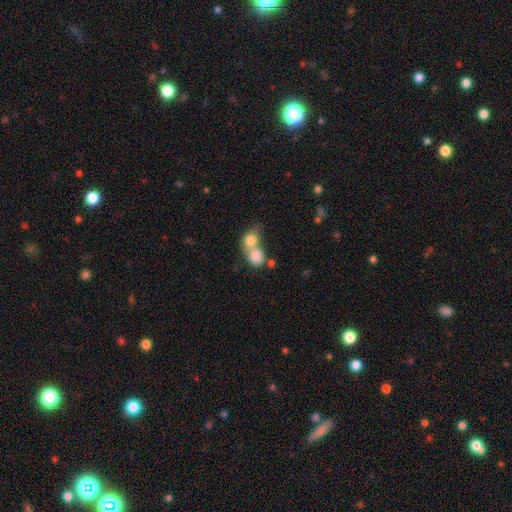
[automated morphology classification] smooth_or_featured: smooth (p=0.80) [alt: featured or disk p=0.11]
how_rounded: round (p=0.62) [alt: in between p=0.36]
merging: merger (p=0.70) [alt: none p=0.20]